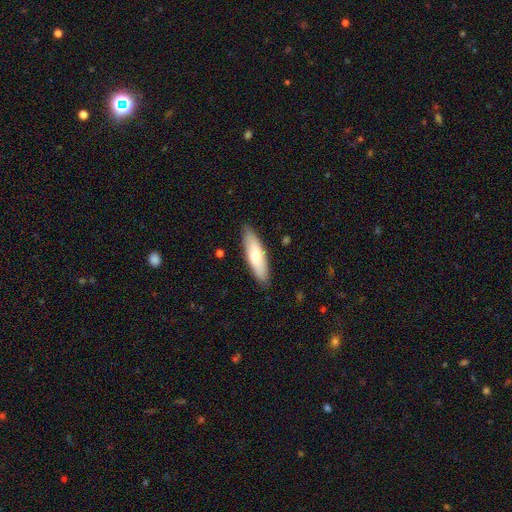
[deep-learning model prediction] Smooth or featured? Predicted: smooth (p=0.68). How rounded? Predicted: cigar-shaped (p=0.56). Merging? Predicted: none (p=0.86).